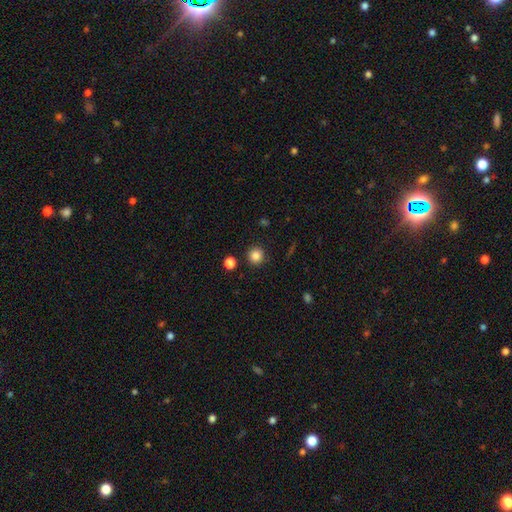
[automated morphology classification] Q: Smooth or featured?
A: smooth (85%); runner-up: star or artifact (11%)
Q: How rounded?
A: round (94%); runner-up: in between (5%)
Q: Merging?
A: none (90%); runner-up: minor disturbance (5%)